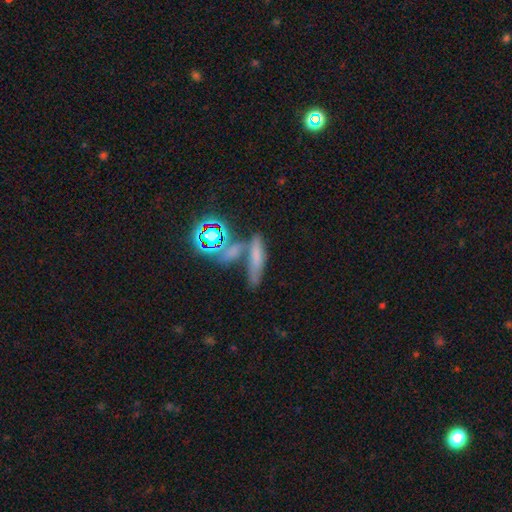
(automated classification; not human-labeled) This is possibly a smooth galaxy (58%). How rounded: likely cigar-shaped (61%). Merging: possibly none (46%).